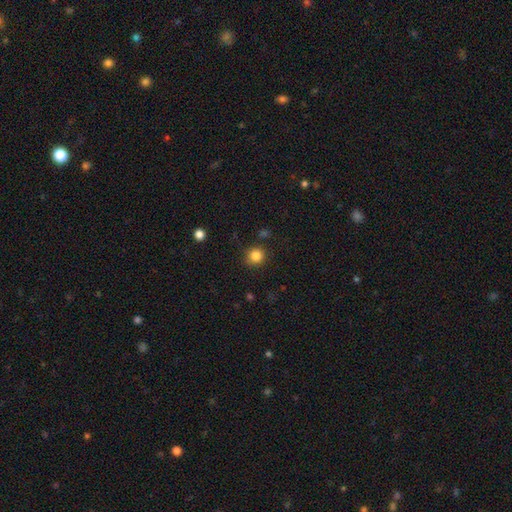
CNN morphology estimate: type=smooth (85%); roundness=round (92%); merging=none (85%).